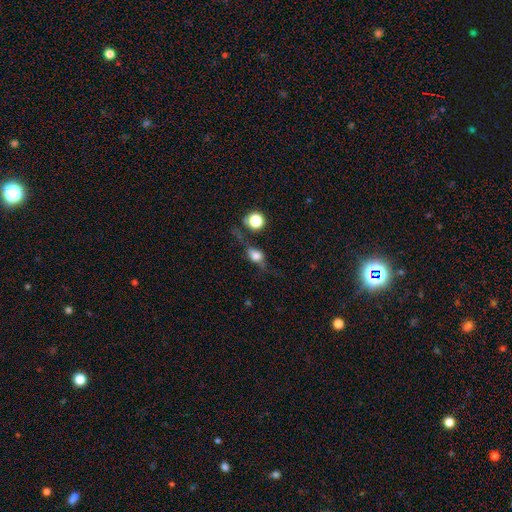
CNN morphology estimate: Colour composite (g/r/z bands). It shows a smooth galaxy with no disk features (46%). Merging: none (52%).